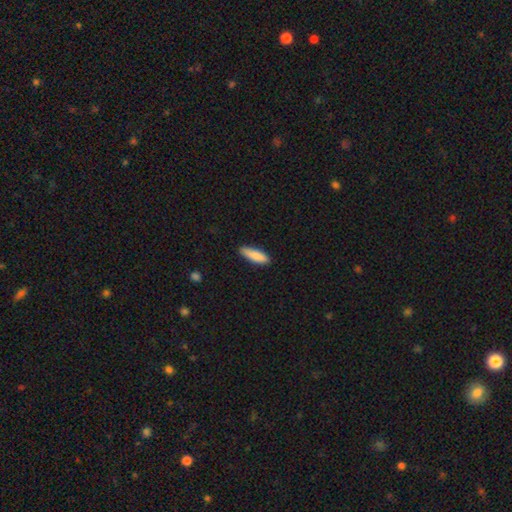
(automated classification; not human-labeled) This appears to be a smooth galaxy with no disk features (87%) that is cigar-shaped (55%). Merging: none (87%).